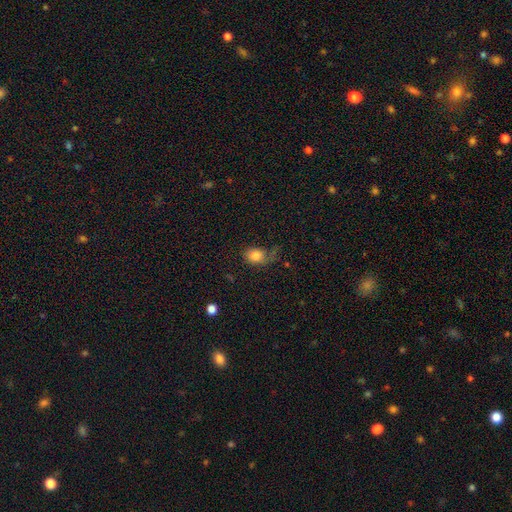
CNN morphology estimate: Smooth or featured: smooth — 82% (star or artifact — 9%)
How rounded: in between — 61% (round — 38%)
Merging: none — 44% (minor disturbance — 29%)